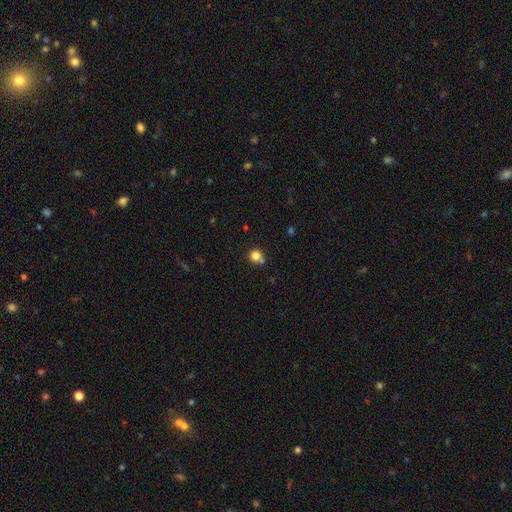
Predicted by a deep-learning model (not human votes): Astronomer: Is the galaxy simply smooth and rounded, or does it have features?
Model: smooth — 80%.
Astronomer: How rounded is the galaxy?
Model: round — 91%.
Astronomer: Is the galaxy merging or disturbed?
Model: none — 63%.